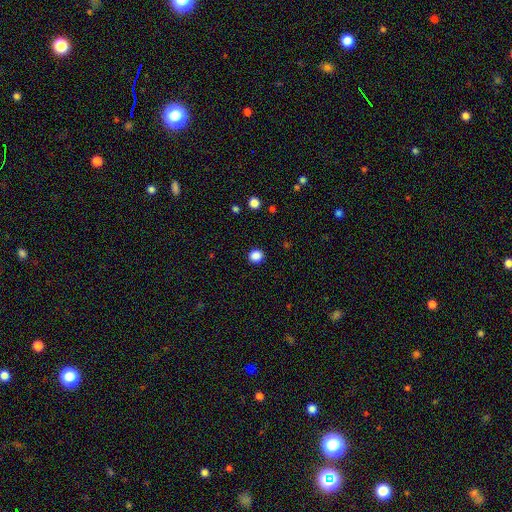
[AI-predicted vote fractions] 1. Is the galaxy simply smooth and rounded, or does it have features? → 87% smooth, 11% star or artifact, 3% featured or disk.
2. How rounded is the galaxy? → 85% round, 14% in between, 1% cigar-shaped.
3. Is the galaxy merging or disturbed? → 92% none, 5% minor disturbance, 2% major disturbance, 1% merger.